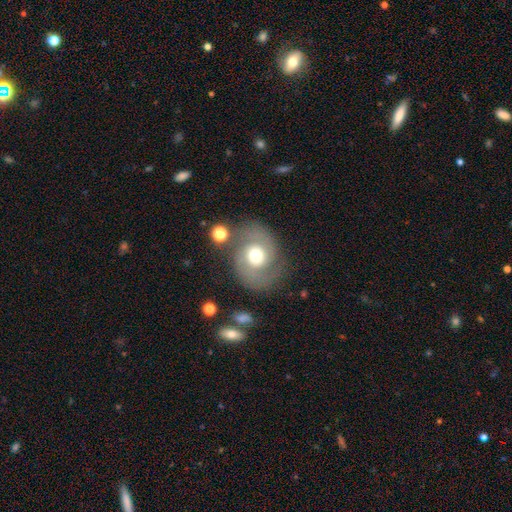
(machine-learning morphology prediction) Q: Smooth or featured?
A: featured or disk (74%); runner-up: smooth (19%)
Q: Edge-on disk?
A: no (98%); runner-up: yes (2%)
Q: Bar?
A: no (72%); runner-up: weak (24%)
Q: Spiral arms?
A: yes (87%); runner-up: no (13%)
Q: Spiral winding?
A: medium (50%); runner-up: tight (31%)
Q: Spiral arm count?
A: 2 (89%); runner-up: can't tell (5%)
Q: Bulge size?
A: moderate (69%); runner-up: large (19%)
Q: Merging?
A: none (71%); runner-up: minor disturbance (16%)